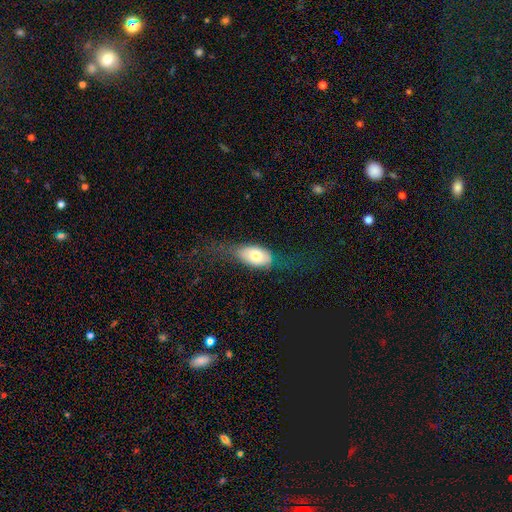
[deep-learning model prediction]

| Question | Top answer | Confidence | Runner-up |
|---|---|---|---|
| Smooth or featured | smooth | 68% | featured or disk (24%) |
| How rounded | in between | 88% | round (8%) |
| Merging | none | 39% | major disturbance (31%) |